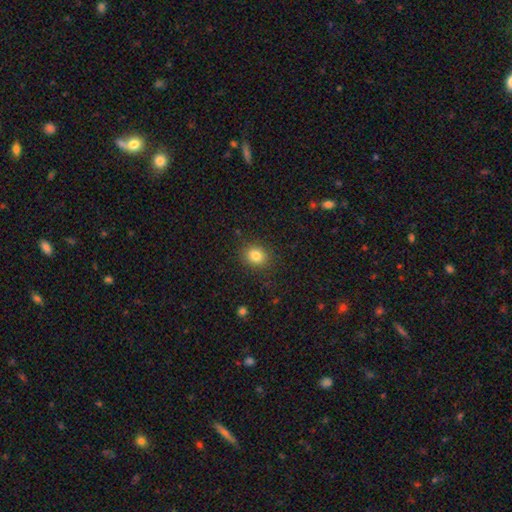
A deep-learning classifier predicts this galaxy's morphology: This appears to be a smooth galaxy with no disk features (83%) that is round (70%). Merging: none (88%).